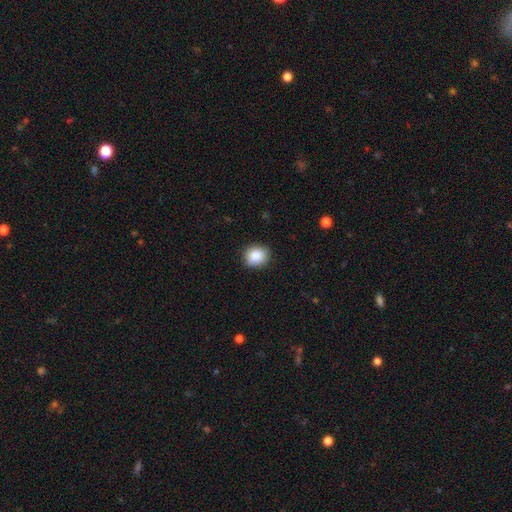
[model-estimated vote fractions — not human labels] A smooth galaxy with no disk features (86%) that is round (68%).

Vote fractions:
- Smooth or featured? smooth: 86% / star or artifact: 8% / featured or disk: 5%
- How rounded? round: 68% / in between: 31% / cigar-shaped: 1%
- Merging? none: 89% / minor disturbance: 8% / major disturbance: 2% / merger: 1%